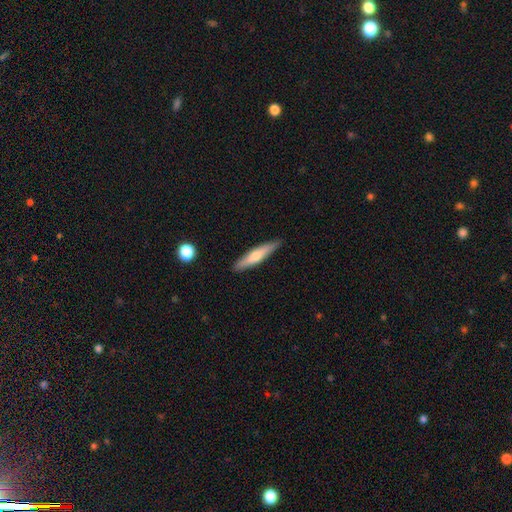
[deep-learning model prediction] Q: Smooth or featured?
A: smooth (52%); runner-up: featured or disk (42%)
Q: How rounded?
A: cigar-shaped (85%); runner-up: in between (13%)
Q: Merging?
A: none (89%); runner-up: minor disturbance (8%)